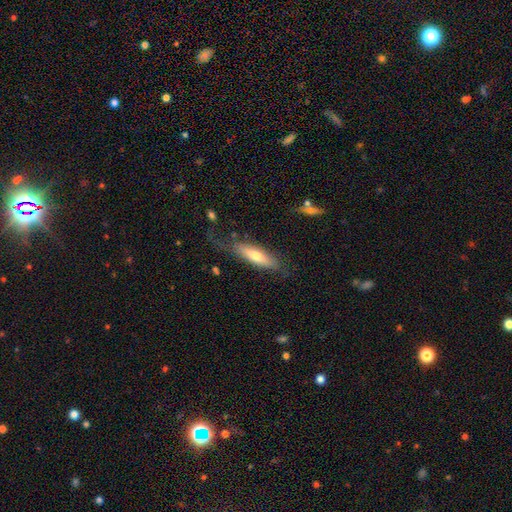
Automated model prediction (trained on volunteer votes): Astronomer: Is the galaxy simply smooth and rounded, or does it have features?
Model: smooth — 56% (runner-up: featured or disk, 38%).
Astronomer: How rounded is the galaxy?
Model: cigar-shaped — 65%.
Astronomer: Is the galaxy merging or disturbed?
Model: none — 62%.